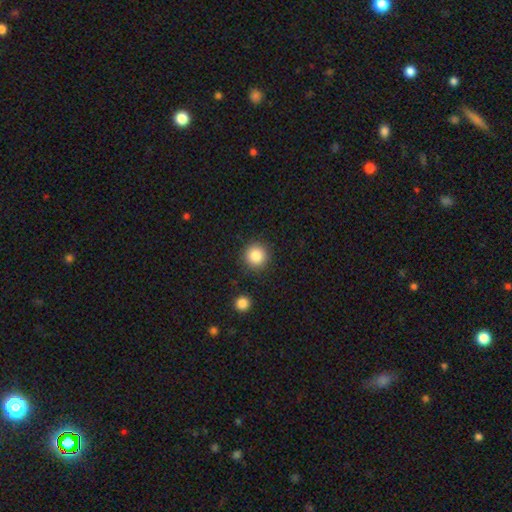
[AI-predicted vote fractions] This appears to be a smooth galaxy with no disk features (84%) that is round (95%). Merging: none (89%).